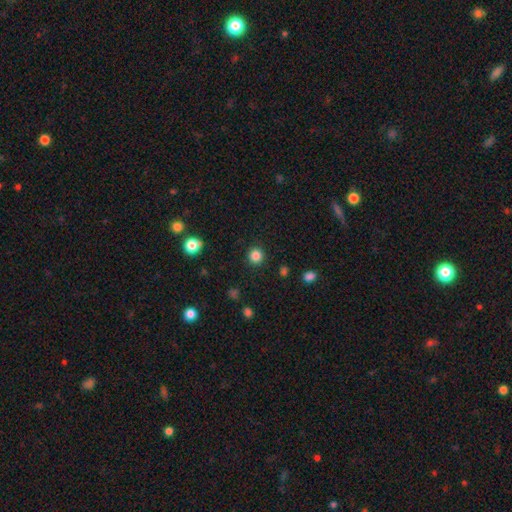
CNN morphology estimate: Q: Smooth or featured?
A: smooth (84%); runner-up: star or artifact (12%)
Q: How rounded?
A: round (93%); runner-up: in between (6%)
Q: Merging?
A: none (91%); runner-up: minor disturbance (5%)